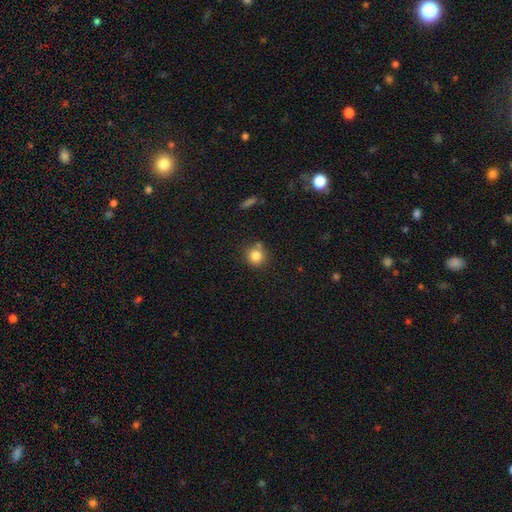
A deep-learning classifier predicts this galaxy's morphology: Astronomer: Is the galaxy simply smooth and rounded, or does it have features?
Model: smooth — 82%.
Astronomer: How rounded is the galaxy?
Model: round — 89%.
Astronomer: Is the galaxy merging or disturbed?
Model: none — 72%.